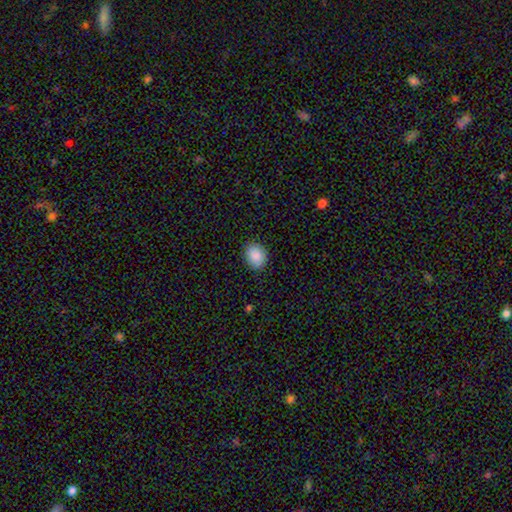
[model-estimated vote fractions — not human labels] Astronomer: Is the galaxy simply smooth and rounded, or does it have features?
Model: smooth — 88%.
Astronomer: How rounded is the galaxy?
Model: round — 51% (runner-up: in between, 48%).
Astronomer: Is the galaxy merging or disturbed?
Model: none — 87%.